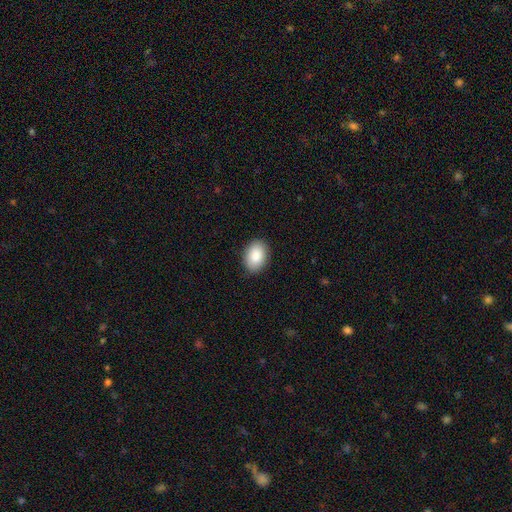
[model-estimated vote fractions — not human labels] smooth 89%, star or artifact 6%, featured or disk 5%. Down the decision tree: how rounded — in between (85%); merging — none (88%).